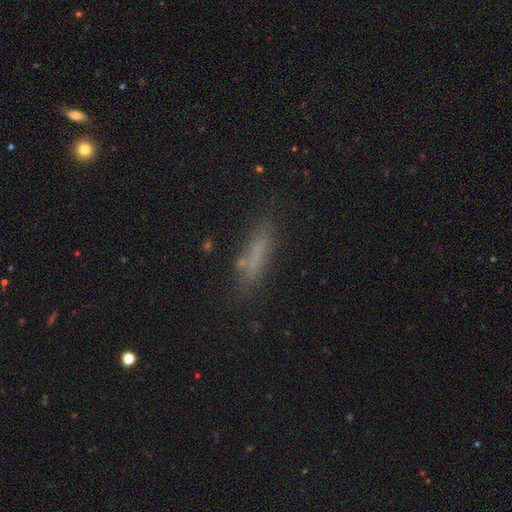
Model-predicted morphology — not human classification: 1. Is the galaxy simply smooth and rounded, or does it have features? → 67% smooth, 21% featured or disk, 13% star or artifact.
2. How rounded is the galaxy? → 80% cigar-shaped, 18% in between, 2% round.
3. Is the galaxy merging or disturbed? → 76% none, 15% minor disturbance, 5% major disturbance, 3% merger.